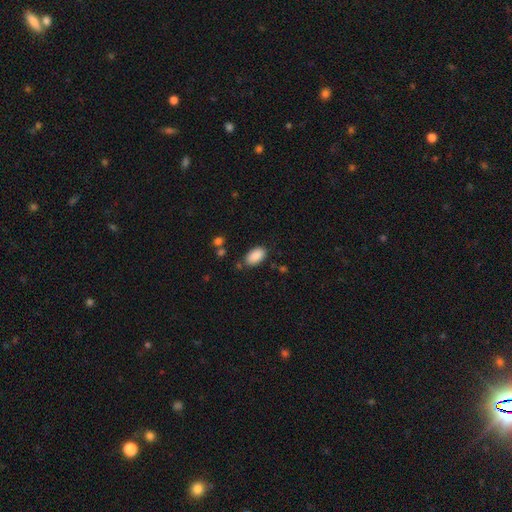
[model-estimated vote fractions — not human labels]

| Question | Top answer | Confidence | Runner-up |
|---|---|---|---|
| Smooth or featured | smooth | 89% | star or artifact (7%) |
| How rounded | in between | 94% | round (4%) |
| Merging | none | 82% | minor disturbance (13%) |